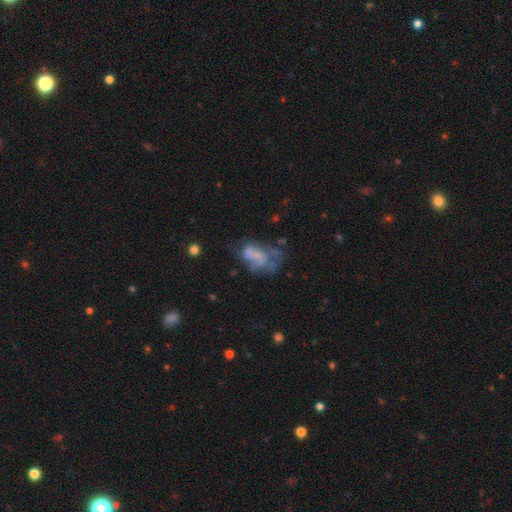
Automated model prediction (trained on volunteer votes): Smooth or featured? featured or disk (49%)
Merging? major disturbance (37%)